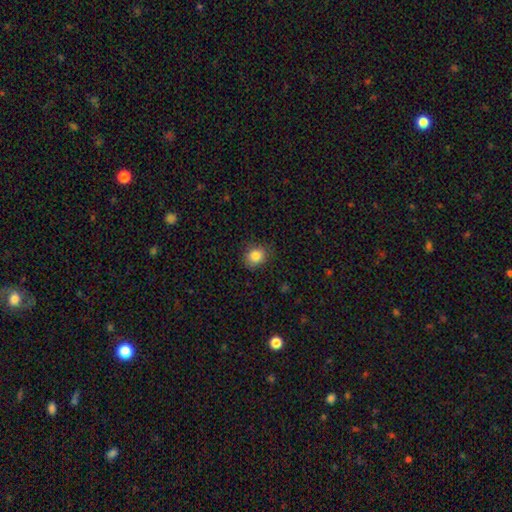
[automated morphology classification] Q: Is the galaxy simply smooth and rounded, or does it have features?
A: smooth — 84%.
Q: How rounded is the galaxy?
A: round — 70%.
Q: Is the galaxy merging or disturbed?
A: none — 84%.